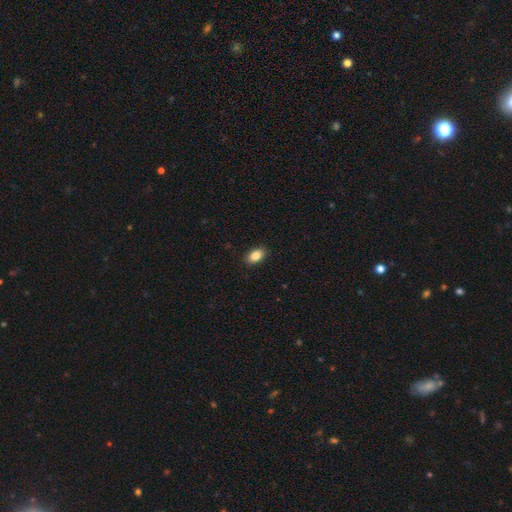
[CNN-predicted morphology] Overall: smooth (86%). How rounded: in between (90%). Merging: none (90%).